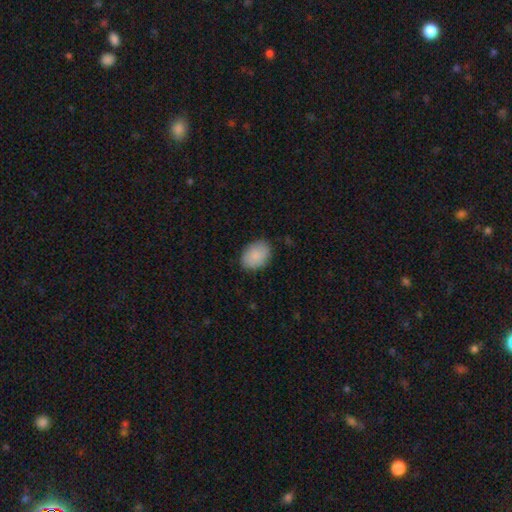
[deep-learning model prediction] This appears to be a smooth galaxy with no disk features (87%) that is in between round and cigar-shaped (74%). Merging: none (84%).